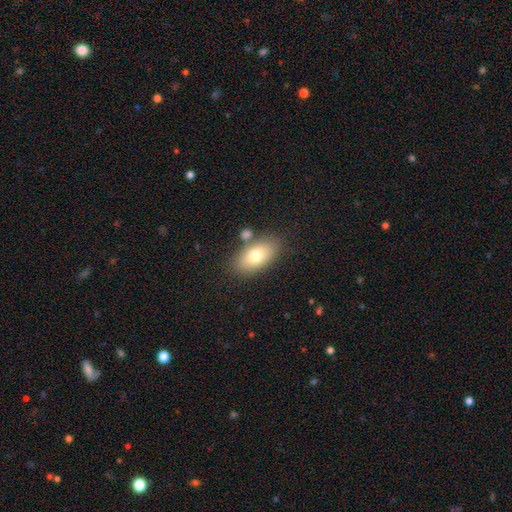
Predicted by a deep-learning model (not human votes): smooth 75%, featured or disk 17%, star or artifact 8%. Down the decision tree: how rounded — in between (92%); merging — none (76%).